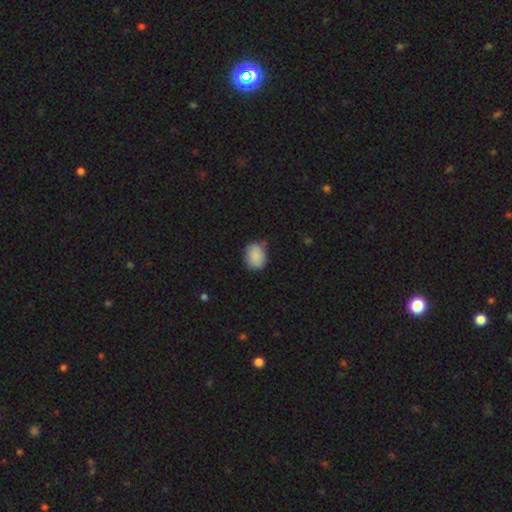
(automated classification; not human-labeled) This appears to be a smooth galaxy with no disk features (86%) that is in between round and cigar-shaped (61%). Merging: none (69%).